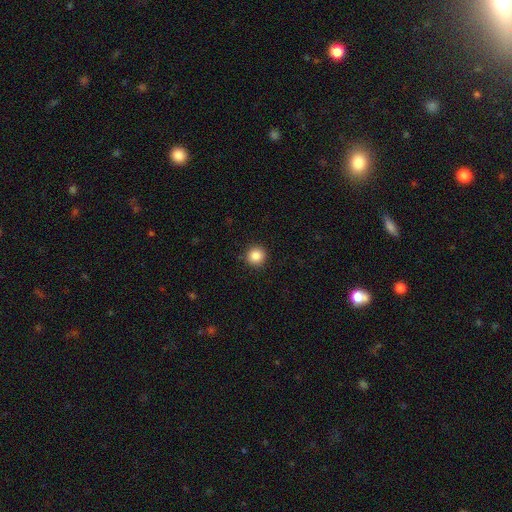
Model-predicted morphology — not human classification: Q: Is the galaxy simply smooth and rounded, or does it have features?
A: smooth — 86%.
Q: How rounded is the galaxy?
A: round — 94%.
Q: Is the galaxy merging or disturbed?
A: none — 91%.